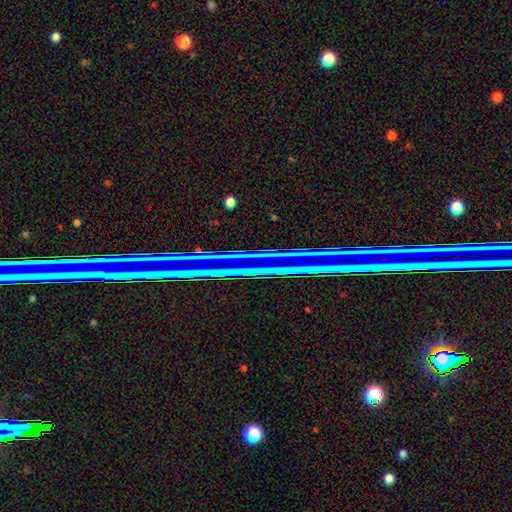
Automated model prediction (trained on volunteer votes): Q: Smooth or featured?
A: star or artifact (77%); runner-up: featured or disk (13%)